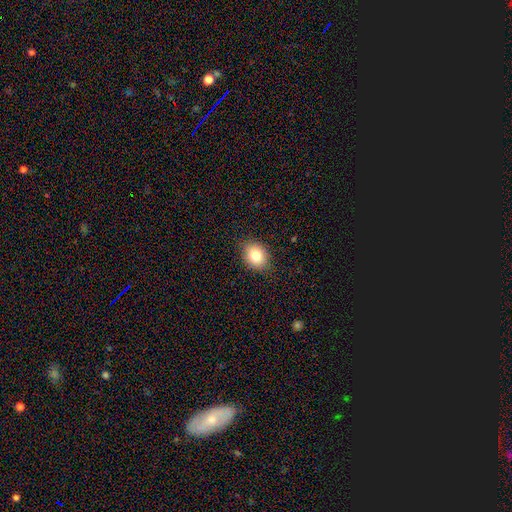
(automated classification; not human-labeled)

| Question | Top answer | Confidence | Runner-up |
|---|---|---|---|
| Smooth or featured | smooth | 81% | star or artifact (9%) |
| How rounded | in between | 57% | round (42%) |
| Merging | none | 86% | minor disturbance (11%) |